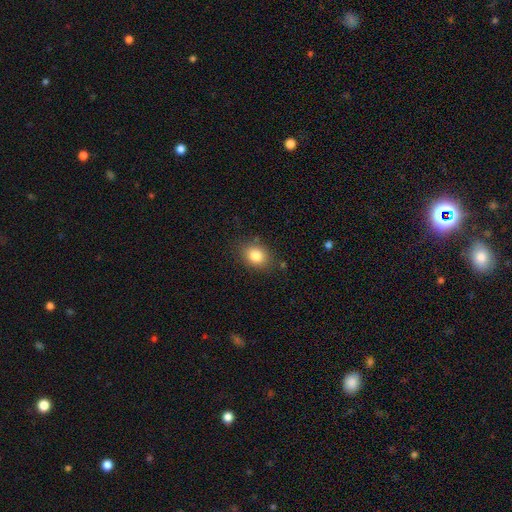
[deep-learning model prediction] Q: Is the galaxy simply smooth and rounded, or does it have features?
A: smooth — 82%.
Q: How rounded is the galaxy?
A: in between — 54%.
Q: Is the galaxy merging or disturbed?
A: none — 83%.